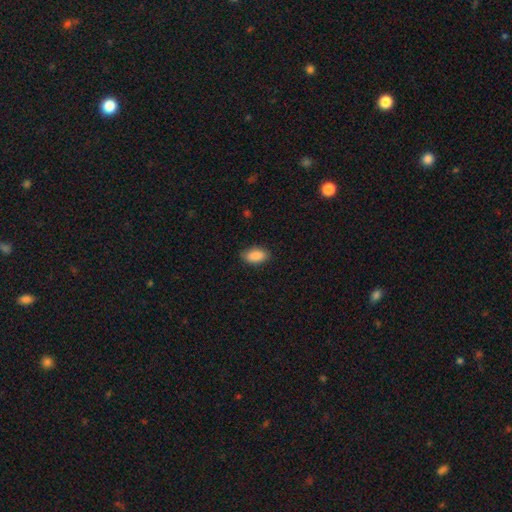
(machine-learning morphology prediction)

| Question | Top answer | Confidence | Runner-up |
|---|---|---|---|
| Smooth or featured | smooth | 89% | star or artifact (7%) |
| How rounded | in between | 92% | round (4%) |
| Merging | none | 85% | minor disturbance (11%) |